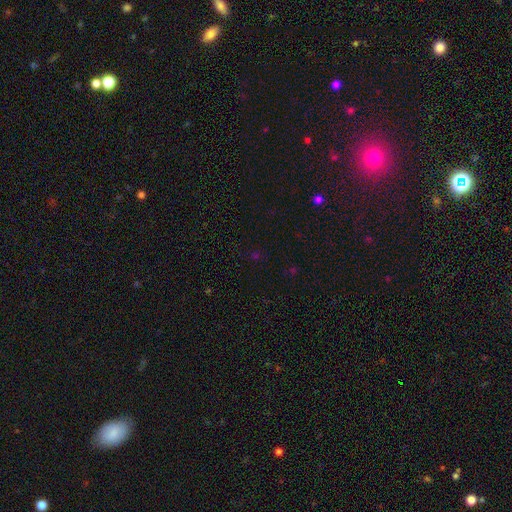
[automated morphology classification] Smooth or featured?
  - star or artifact: 61% *
  - smooth: 32%
  - featured or disk: 7%